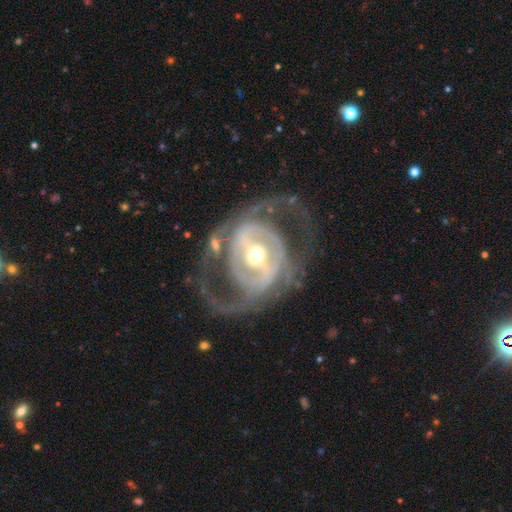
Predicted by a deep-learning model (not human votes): The model was most divided on "bar": strong: 42%, weak: 33%, no: 24%. Remaining: edge-on disk — no (96%); smooth or featured — featured or disk (86%); spiral arms — yes (77%); bulge size — moderate (69%); spiral arm count — 2 (65%); merging — none (57%); spiral winding — medium (43%).